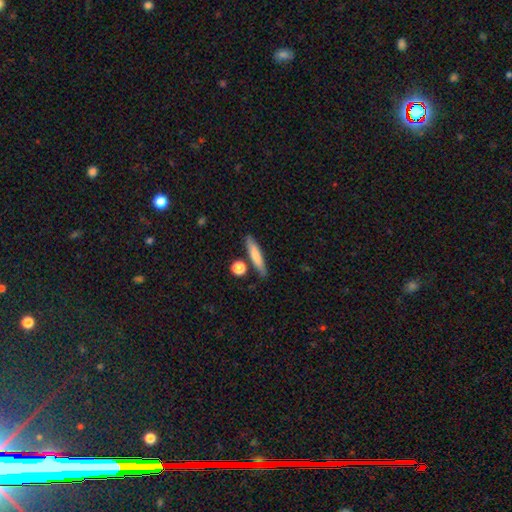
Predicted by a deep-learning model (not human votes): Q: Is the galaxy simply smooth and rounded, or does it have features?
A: smooth — 74%.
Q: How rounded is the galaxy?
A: cigar-shaped — 86%.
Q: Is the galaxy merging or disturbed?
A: none — 79%.